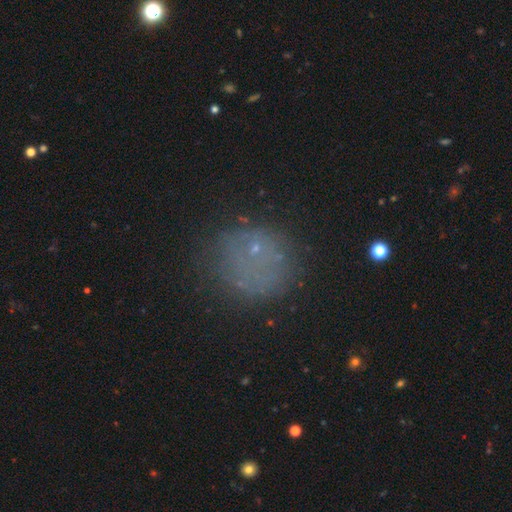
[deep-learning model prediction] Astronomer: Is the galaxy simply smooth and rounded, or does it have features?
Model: smooth — 55%.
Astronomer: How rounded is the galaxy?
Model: round — 86%.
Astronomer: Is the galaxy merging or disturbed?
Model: none — 74%.